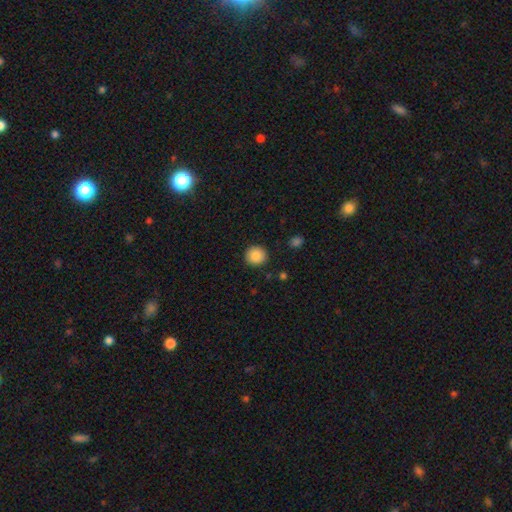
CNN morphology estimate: Q: Smooth or featured?
A: smooth (87%); runner-up: star or artifact (8%)
Q: How rounded?
A: round (93%); runner-up: in between (6%)
Q: Merging?
A: none (91%); runner-up: minor disturbance (6%)